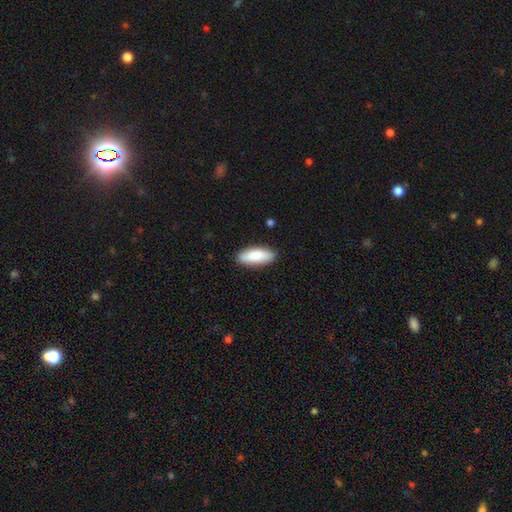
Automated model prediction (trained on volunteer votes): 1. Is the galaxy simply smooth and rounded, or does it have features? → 84% smooth, 11% featured or disk, 5% star or artifact.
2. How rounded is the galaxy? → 72% in between, 26% cigar-shaped, 2% round.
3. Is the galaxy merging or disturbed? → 89% none, 8% minor disturbance, 2% major disturbance, 1% merger.